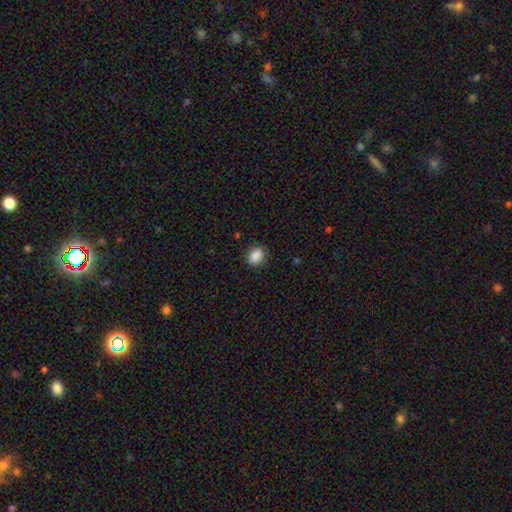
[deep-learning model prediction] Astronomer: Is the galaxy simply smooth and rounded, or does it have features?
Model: smooth — 88%.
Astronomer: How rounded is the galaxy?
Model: in between — 70%.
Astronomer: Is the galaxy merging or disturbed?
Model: none — 85%.